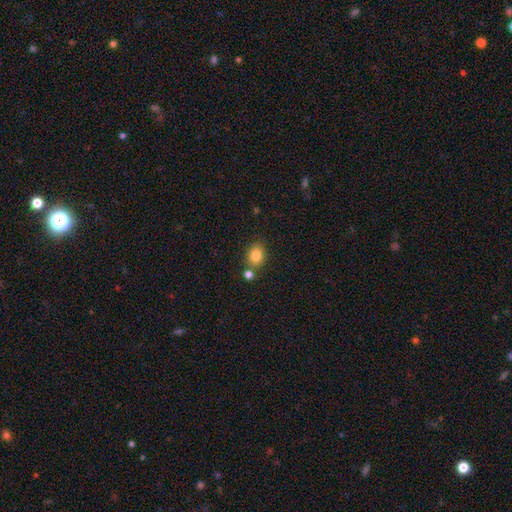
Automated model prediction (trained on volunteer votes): smooth_or_featured: smooth (p=0.82) [alt: star or artifact p=0.10]
how_rounded: round (p=0.53) [alt: in between p=0.46]
merging: none (p=0.71) [alt: merger p=0.15]